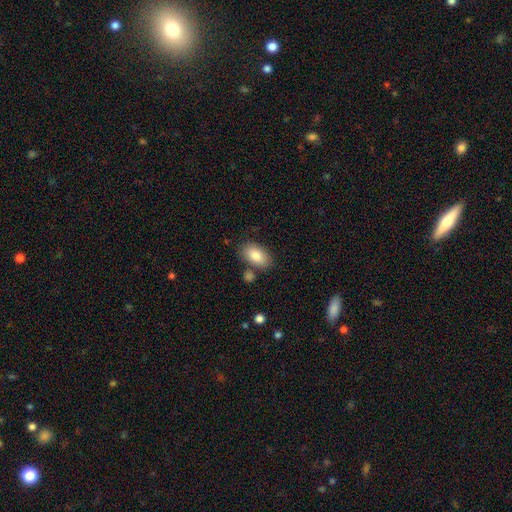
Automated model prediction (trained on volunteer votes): Smooth or featured? smooth (82%)
How rounded? in between (92%)
Merging? none (76%)